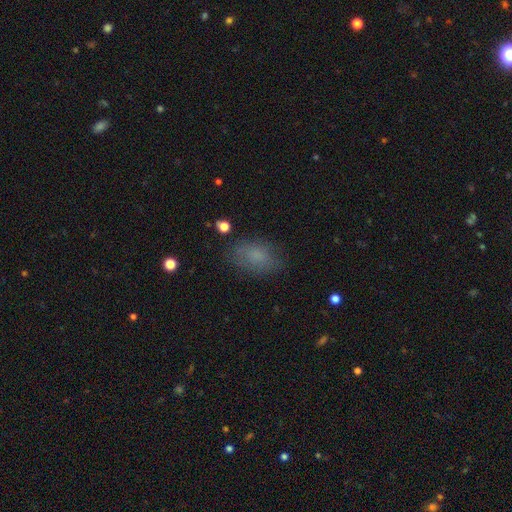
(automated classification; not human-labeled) A smooth galaxy with no disk features (77%) that is in between round and cigar-shaped (85%).

Vote fractions:
- Smooth or featured? smooth: 77% / star or artifact: 12% / featured or disk: 12%
- How rounded? in between: 85% / round: 13% / cigar-shaped: 2%
- Merging? none: 74% / minor disturbance: 17% / major disturbance: 7% / merger: 2%